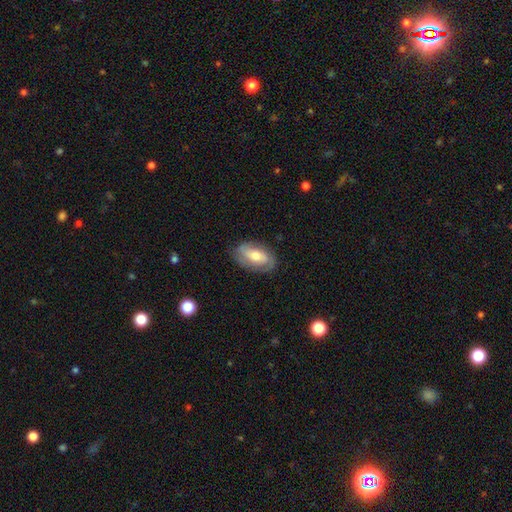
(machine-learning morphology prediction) Smooth or featured?
  - featured or disk: 57% *
  - smooth: 36%
  - star or artifact: 7%
Edge-on disk?
  - no: 92% *
  - yes: 8%
Bar?
  - no: 52% *
  - weak: 33%
  - strong: 15%
Spiral arms?
  - yes: 75% *
  - no: 25%
Bulge size?
  - moderate: 62% *
  - small: 27%
  - large: 8%
  - none: 2%
  - dominant: 1%
Merging?
  - none: 76% *
  - minor disturbance: 18%
  - major disturbance: 5%
  - merger: 1%